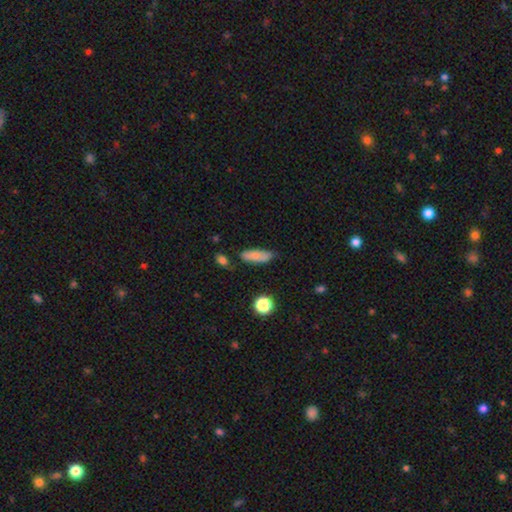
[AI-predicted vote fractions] Morphology: type=smooth (79%); roundness=in between (62%); merging=none (69%).